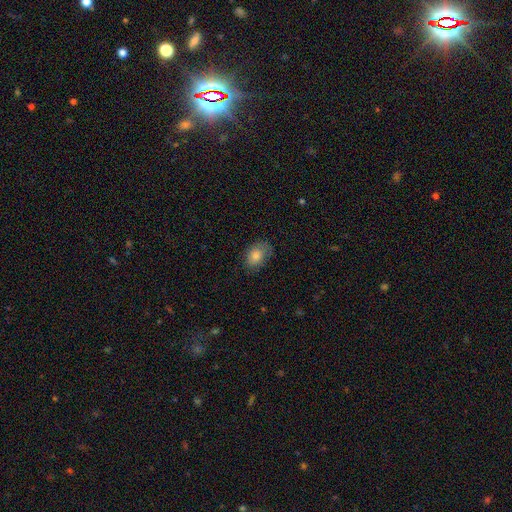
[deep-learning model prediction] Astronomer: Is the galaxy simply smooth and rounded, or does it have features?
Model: smooth — 77%.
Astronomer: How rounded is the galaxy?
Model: in between — 79%.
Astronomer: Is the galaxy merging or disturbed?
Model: none — 69%.